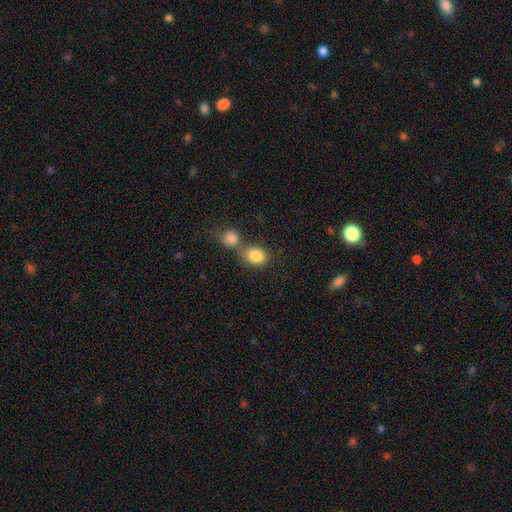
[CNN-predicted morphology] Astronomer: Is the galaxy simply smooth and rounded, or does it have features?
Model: smooth — 84%.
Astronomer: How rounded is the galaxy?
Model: round — 56% (runner-up: in between, 43%).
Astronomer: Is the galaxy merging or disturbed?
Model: none — 45% (runner-up: merger, 41%).